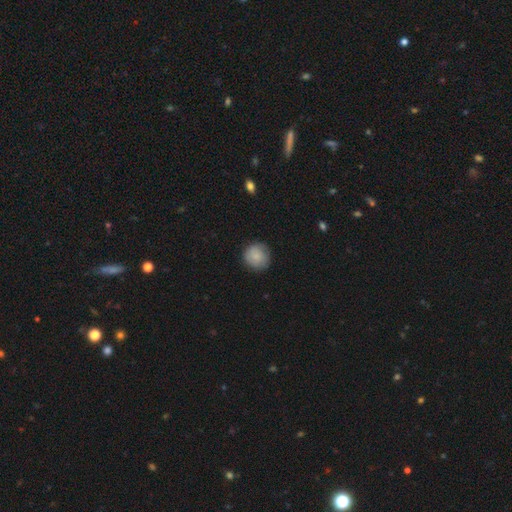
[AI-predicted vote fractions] smooth-or-featured: smooth: 83% | featured or disk: 10% | star or artifact: 7%
  how-rounded: round: 92% | in between: 7% | cigar-shaped: 1%
  merging: none: 84% | minor disturbance: 12% | major disturbance: 3% | merger: 1%